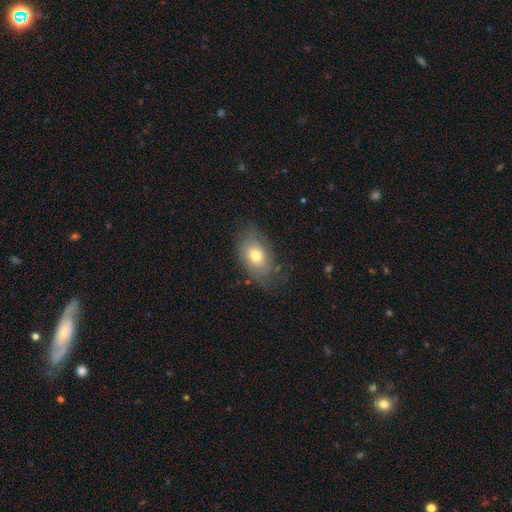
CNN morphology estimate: Smooth or featured?
  - smooth: 62% *
  - featured or disk: 30%
  - star or artifact: 8%
How rounded?
  - in between: 84% *
  - round: 14%
  - cigar-shaped: 2%
Merging?
  - none: 59% *
  - minor disturbance: 26%
  - major disturbance: 13%
  - merger: 2%